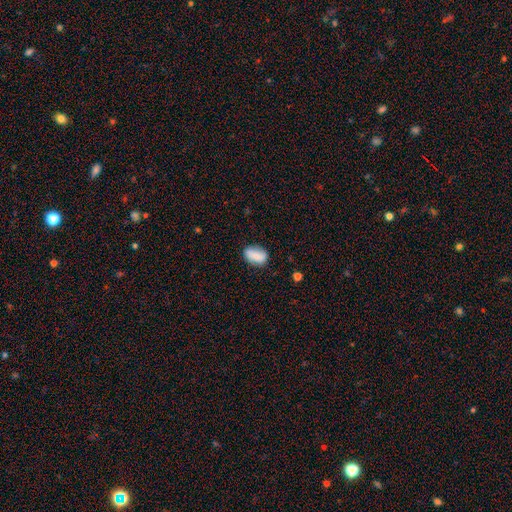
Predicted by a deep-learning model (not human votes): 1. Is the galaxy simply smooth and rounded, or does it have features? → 84% smooth, 9% featured or disk, 7% star or artifact.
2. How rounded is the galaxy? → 89% in between, 8% round, 2% cigar-shaped.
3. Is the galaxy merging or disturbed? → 74% none, 19% minor disturbance, 4% major disturbance, 2% merger.